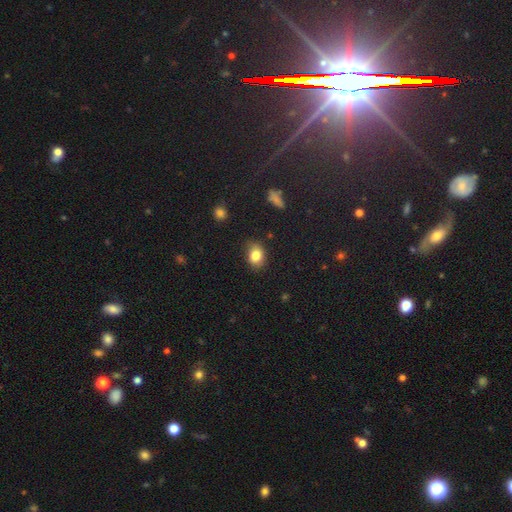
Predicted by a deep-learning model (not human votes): smooth_or_featured: smooth (p=0.83) [alt: star or artifact p=0.10]
how_rounded: in between (p=0.66) [alt: round p=0.32]
merging: none (p=0.77) [alt: minor disturbance p=0.18]